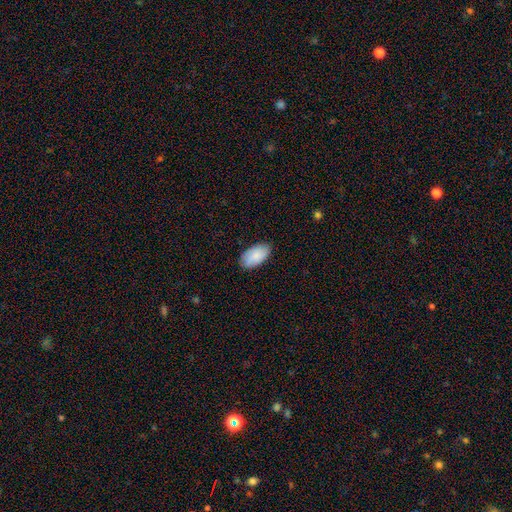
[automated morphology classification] Smooth or featured: smooth — 86% (featured or disk — 8%)
How rounded: in between — 95% (round — 3%)
Merging: none — 84% (minor disturbance — 13%)